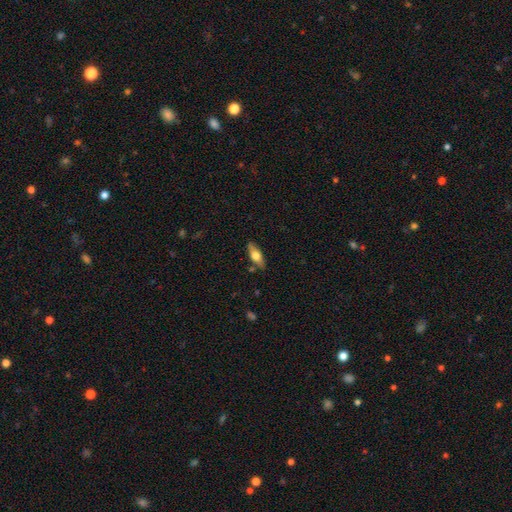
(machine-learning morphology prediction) This is possibly a smooth galaxy (56%). How rounded: likely in between (66%). Merging: clearly none (84%).